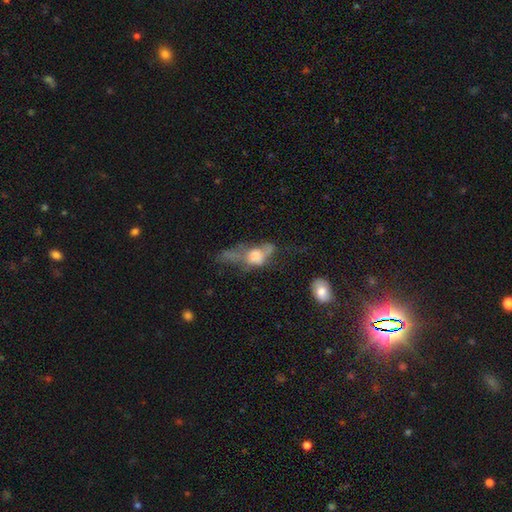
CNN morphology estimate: Overall: featured or disk (48%; smooth 38%). Merging: major disturbance (48%; none 19%).